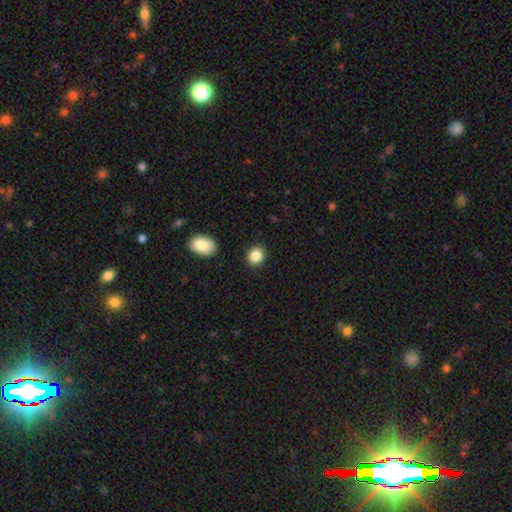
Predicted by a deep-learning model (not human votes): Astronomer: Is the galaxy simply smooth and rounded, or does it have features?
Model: smooth — 87%.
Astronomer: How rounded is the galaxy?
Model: round — 67%.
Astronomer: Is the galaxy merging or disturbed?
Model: none — 88%.